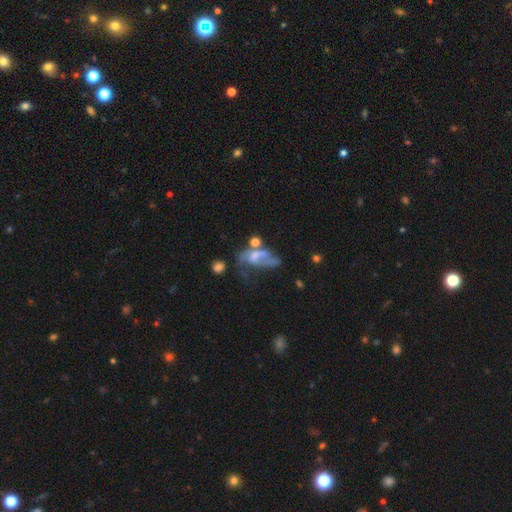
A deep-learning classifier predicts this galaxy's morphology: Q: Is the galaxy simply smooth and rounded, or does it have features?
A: featured or disk — 54%.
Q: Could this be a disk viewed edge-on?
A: no — 93%.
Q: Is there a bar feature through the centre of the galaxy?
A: no — 68%.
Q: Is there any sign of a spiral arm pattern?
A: no — 55%.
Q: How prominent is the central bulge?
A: none — 32%.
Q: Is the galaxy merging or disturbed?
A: major disturbance — 40%.